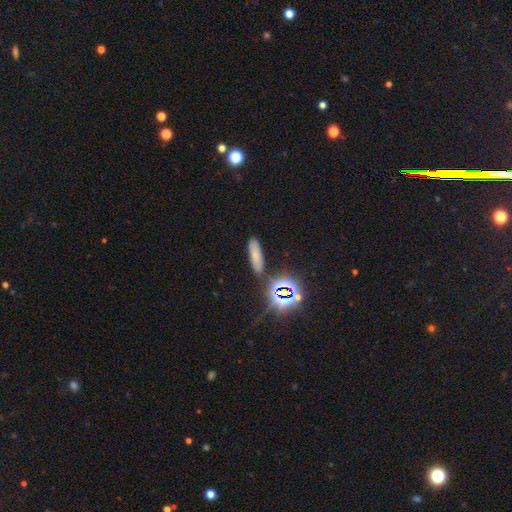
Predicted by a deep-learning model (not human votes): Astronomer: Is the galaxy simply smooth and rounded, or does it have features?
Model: smooth — 59%.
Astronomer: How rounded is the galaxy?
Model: cigar-shaped — 52% (runner-up: in between, 41%).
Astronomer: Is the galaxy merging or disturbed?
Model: none — 79%.